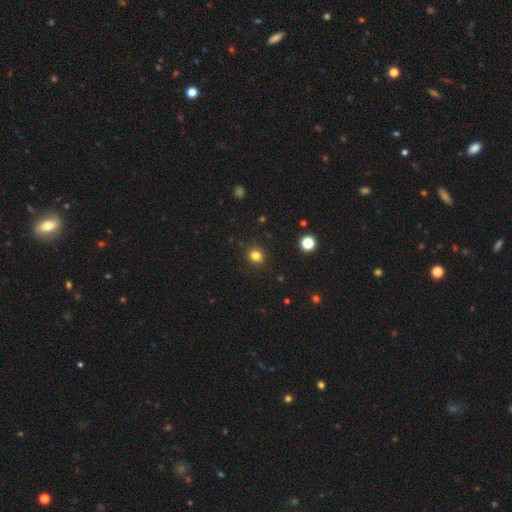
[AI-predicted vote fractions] smooth-or-featured: smooth: 81% | star or artifact: 14% | featured or disk: 5%
  how-rounded: round: 85% | in between: 14% | cigar-shaped: 1%
  merging: none: 90% | minor disturbance: 7% | major disturbance: 2% | merger: 1%